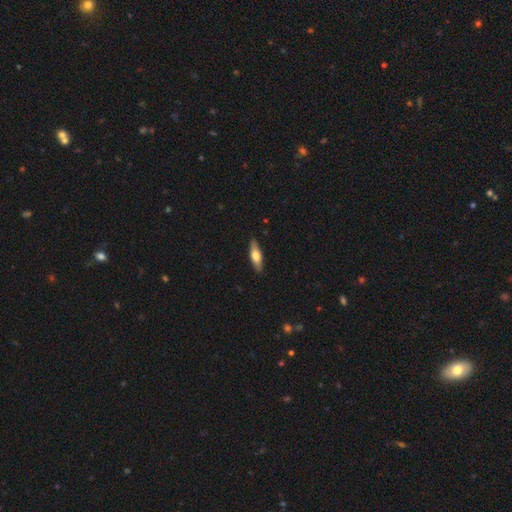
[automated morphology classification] smooth_or_featured: smooth (p=0.59) [alt: featured or disk p=0.35]
how_rounded: cigar-shaped (p=0.50) [alt: in between p=0.48]
merging: none (p=0.88) [alt: minor disturbance p=0.10]